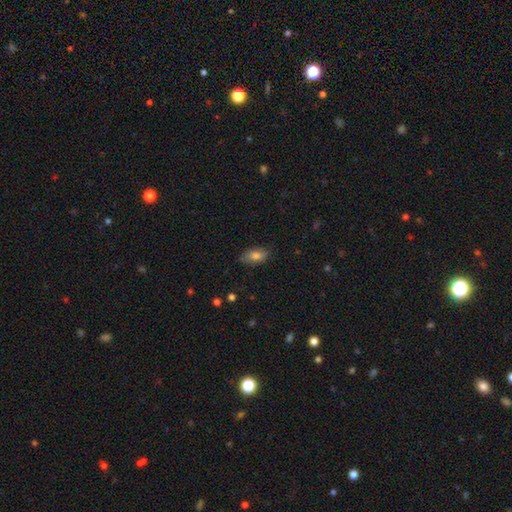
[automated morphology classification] type=smooth (80%); roundness=in between (90%); merging=none (80%).